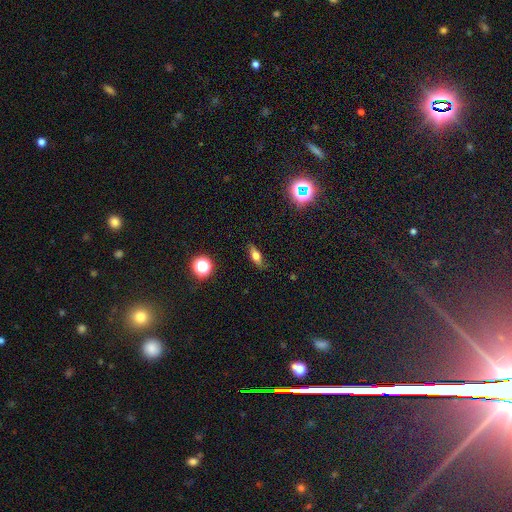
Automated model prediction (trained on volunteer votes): A smooth galaxy with no disk features (60%) that is in between round and cigar-shaped (62%).

Vote fractions:
- Smooth or featured? smooth: 60% / featured or disk: 28% / star or artifact: 12%
- How rounded? in between: 62% / cigar-shaped: 30% / round: 8%
- Merging? none: 82% / minor disturbance: 14% / major disturbance: 3% / merger: 1%